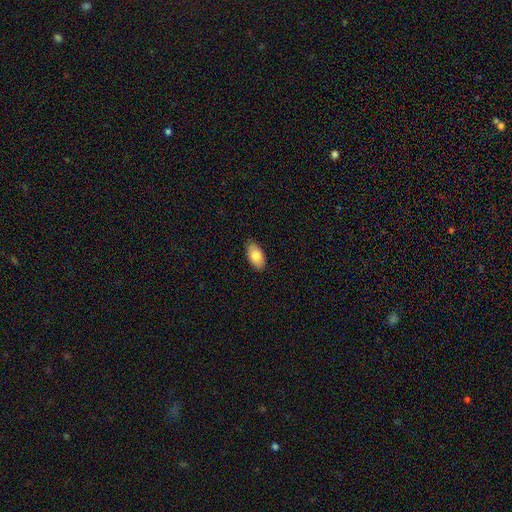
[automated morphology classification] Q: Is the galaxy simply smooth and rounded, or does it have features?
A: smooth — 83%.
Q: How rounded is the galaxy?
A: in between — 94%.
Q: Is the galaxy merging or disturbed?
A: none — 86%.